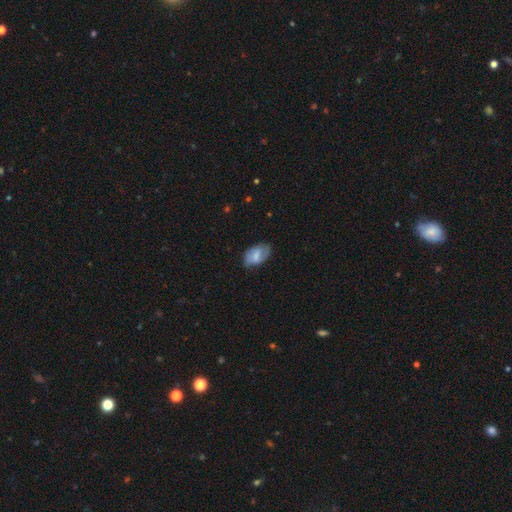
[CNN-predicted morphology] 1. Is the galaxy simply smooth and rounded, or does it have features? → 59% smooth, 34% featured or disk, 7% star or artifact.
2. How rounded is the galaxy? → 91% in between, 7% round, 2% cigar-shaped.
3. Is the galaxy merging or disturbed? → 70% none, 23% minor disturbance, 6% major disturbance, 1% merger.